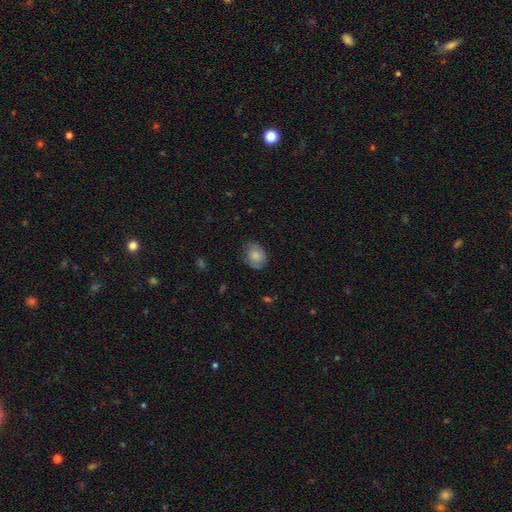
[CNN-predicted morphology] type=smooth (81%); roundness=in between (62%); merging=none (73%).